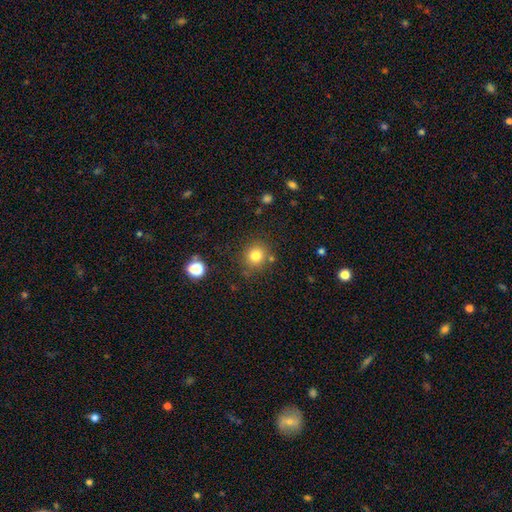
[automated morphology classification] The model was most divided on "smooth or featured": smooth: 80%, star or artifact: 13%, featured or disk: 7%. More confident: how rounded — round (90%); merging — none (82%).